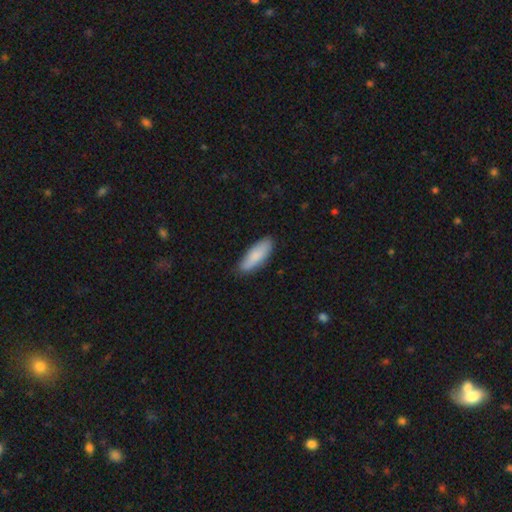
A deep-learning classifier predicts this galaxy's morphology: The model was most divided on "how rounded": in between: 61%, cigar-shaped: 38%, round: 2%. More confident: smooth or featured — smooth (83%); merging — none (83%).